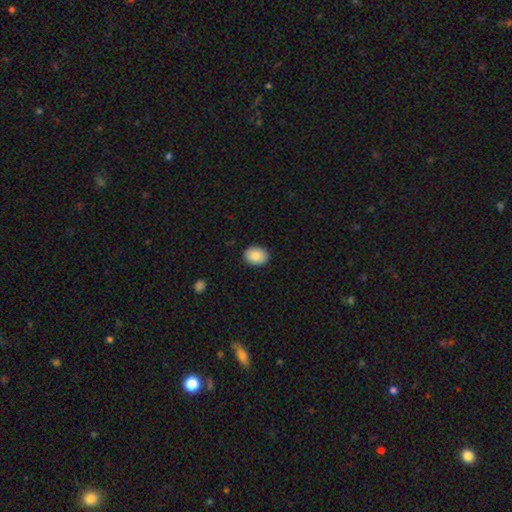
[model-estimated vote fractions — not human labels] Smooth or featured? Predicted: smooth (p=0.87). How rounded? Predicted: in between (p=0.68). Merging? Predicted: none (p=0.89).